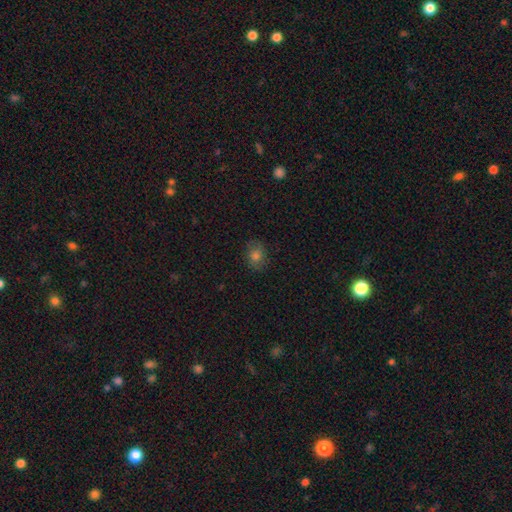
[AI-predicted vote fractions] Smooth or featured: smooth — 71% (star or artifact — 17%)
How rounded: round — 53% (in between — 46%)
Merging: none — 82% (minor disturbance — 14%)